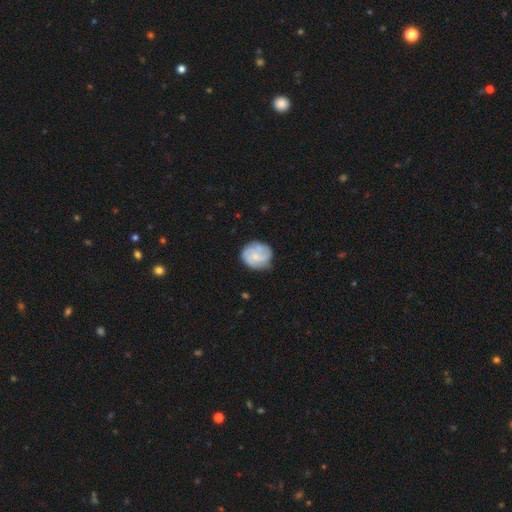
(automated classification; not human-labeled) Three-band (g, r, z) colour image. It shows a featured or disk galaxy (50%). Merging: none (68%).